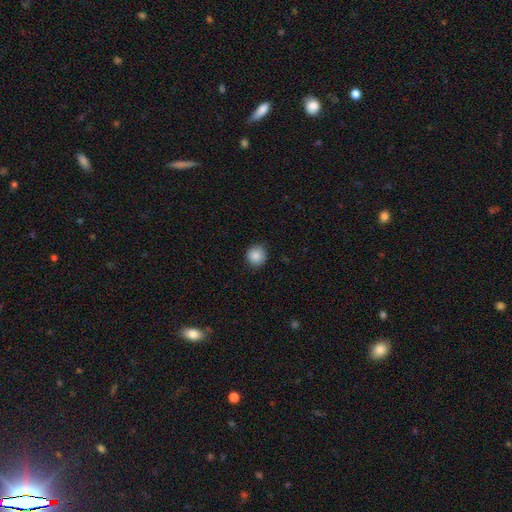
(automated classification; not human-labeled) smooth 87%, star or artifact 9%, featured or disk 4%. Down the decision tree: how rounded — round (93%); merging — none (89%).